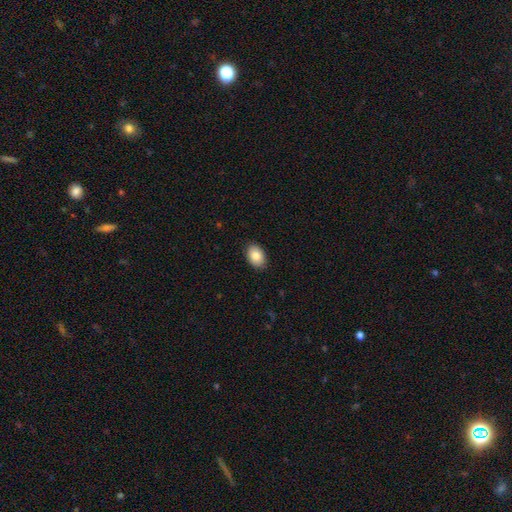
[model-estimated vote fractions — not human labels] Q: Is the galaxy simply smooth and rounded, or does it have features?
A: smooth — 84%.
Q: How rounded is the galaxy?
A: in between — 85%.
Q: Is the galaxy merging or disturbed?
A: none — 89%.